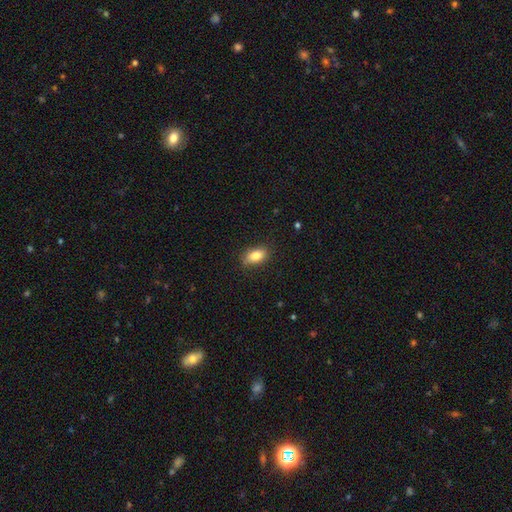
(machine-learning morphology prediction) Overall: smooth (83%). How rounded: in between (88%). Merging: none (85%).